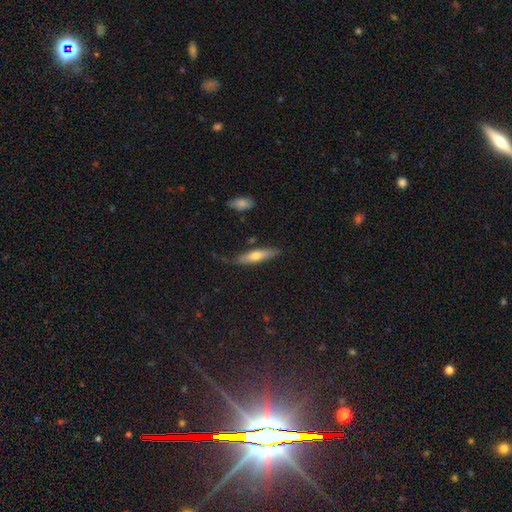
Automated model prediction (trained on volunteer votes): A smooth galaxy with no disk features (61%) that is cigar-shaped (74%).

Vote fractions:
- Smooth or featured? smooth: 61% / featured or disk: 33% / star or artifact: 6%
- How rounded? cigar-shaped: 74% / in between: 24% / round: 2%
- Merging? none: 74% / minor disturbance: 19% / major disturbance: 4% / merger: 3%